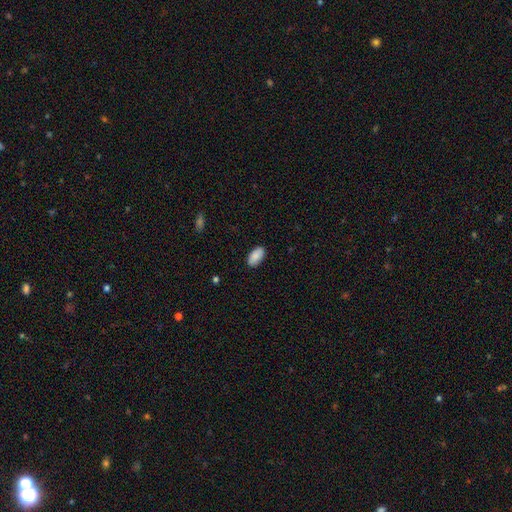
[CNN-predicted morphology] A smooth galaxy with no disk features (89%) that is in between round and cigar-shaped (95%).

Vote fractions:
- Smooth or featured? smooth: 89% / star or artifact: 6% / featured or disk: 5%
- How rounded? in between: 95% / cigar-shaped: 2% / round: 2%
- Merging? none: 88% / minor disturbance: 9% / major disturbance: 2% / merger: 1%